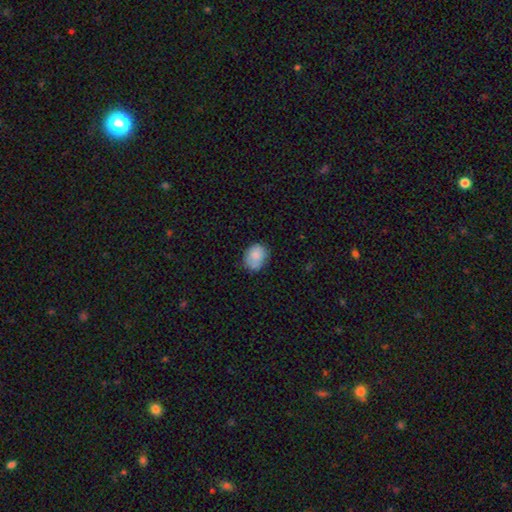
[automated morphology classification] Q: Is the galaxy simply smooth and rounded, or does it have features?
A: smooth — 82%.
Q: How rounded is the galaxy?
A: in between — 57%.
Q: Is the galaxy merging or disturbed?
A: none — 68%.